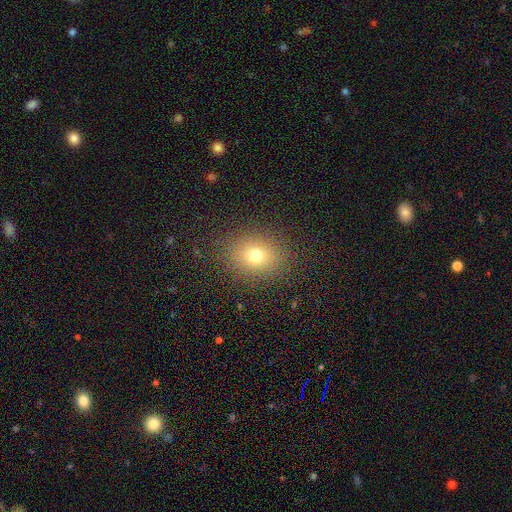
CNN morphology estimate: Smooth or featured?
  - smooth: 72% *
  - star or artifact: 17%
  - featured or disk: 11%
How rounded?
  - round: 58% *
  - in between: 41%
  - cigar-shaped: 1%
Merging?
  - none: 86% *
  - minor disturbance: 8%
  - major disturbance: 4%
  - merger: 1%